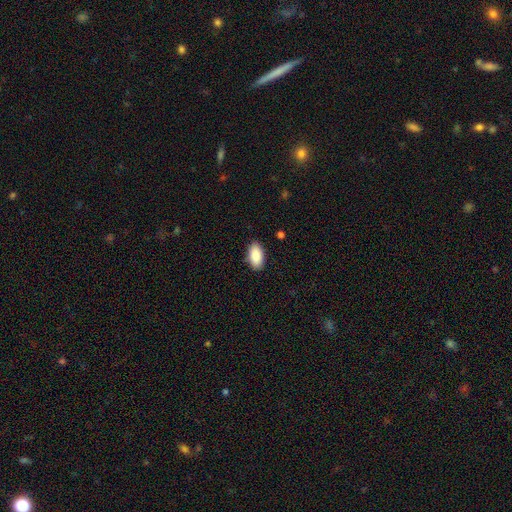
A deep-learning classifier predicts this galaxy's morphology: Smooth or featured? Predicted: smooth (p=0.89). How rounded? Predicted: in between (p=0.95). Merging? Predicted: none (p=0.87).